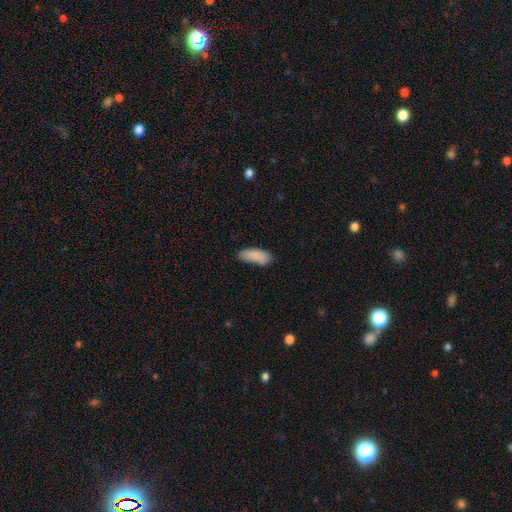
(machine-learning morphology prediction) Smooth or featured? smooth (88%)
How rounded? in between (79%)
Merging? none (70%)